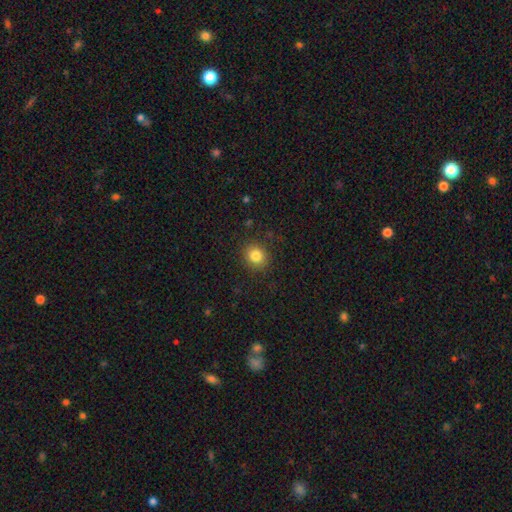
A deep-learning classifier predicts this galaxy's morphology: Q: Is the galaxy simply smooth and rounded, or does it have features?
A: smooth — 83%.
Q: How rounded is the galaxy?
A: round — 79%.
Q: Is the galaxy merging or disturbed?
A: none — 88%.